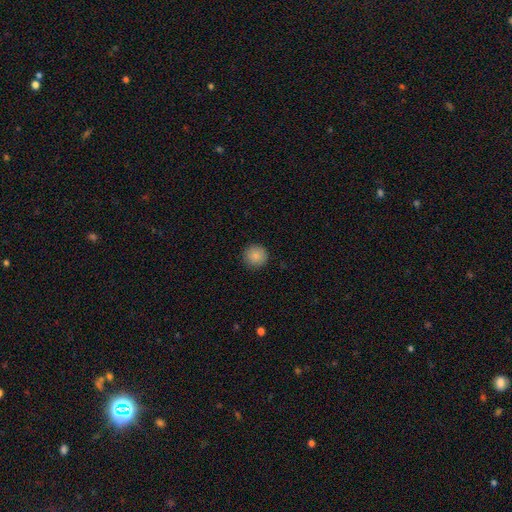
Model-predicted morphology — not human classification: Smooth or featured: smooth — 87% (star or artifact — 9%)
How rounded: round — 95% (in between — 4%)
Merging: none — 92% (minor disturbance — 5%)